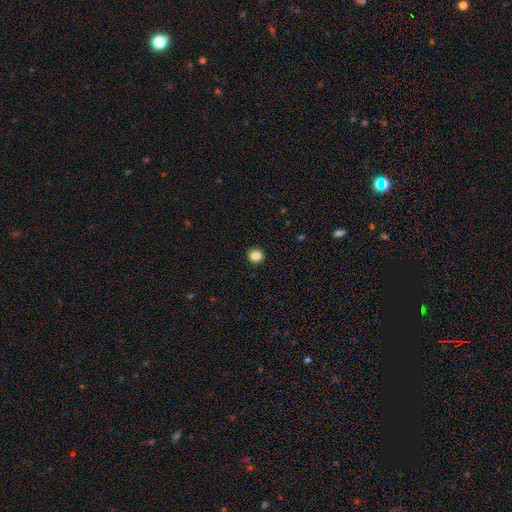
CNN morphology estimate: Overall: smooth (85%). How rounded: round (92%). Merging: none (93%).